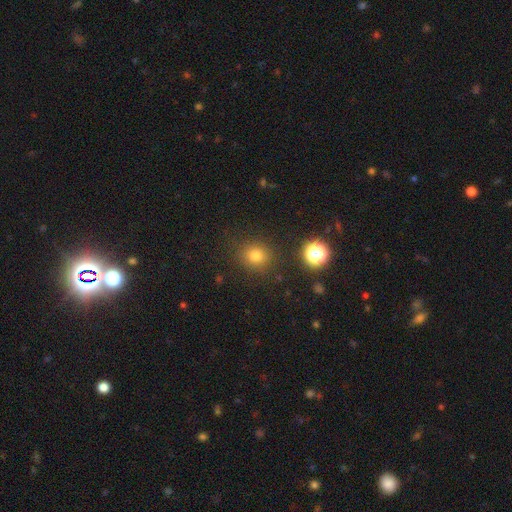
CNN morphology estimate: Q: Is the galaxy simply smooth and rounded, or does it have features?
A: smooth — 76%.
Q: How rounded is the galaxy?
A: round — 83%.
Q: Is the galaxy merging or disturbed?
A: none — 87%.